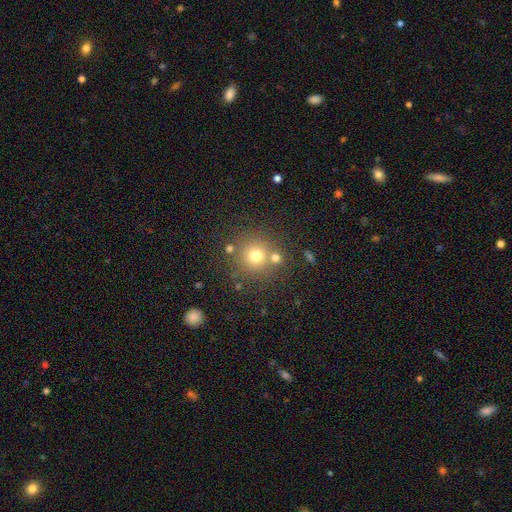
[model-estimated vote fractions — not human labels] smooth 72%, star or artifact 16%, featured or disk 11%. Down the decision tree: how rounded — round (93%); merging — none (75%).